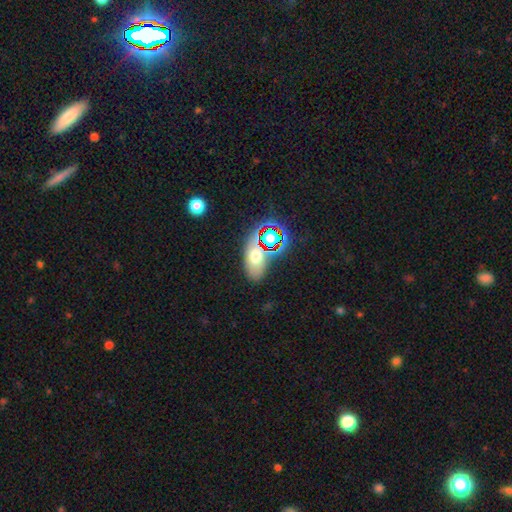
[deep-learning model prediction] Smooth or featured: smooth — 58% (star or artifact — 23%)
How rounded: in between — 85% (round — 11%)
Merging: none — 72% (minor disturbance — 14%)